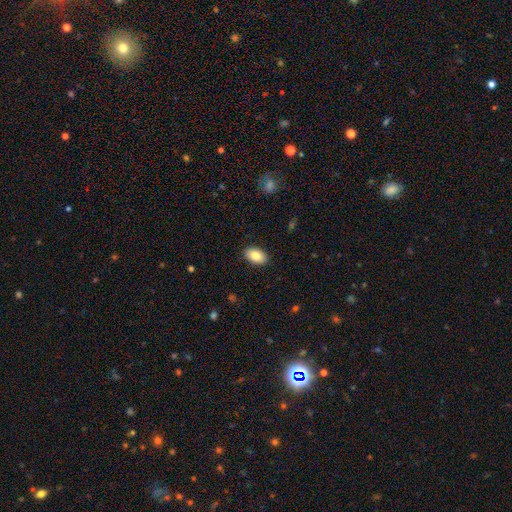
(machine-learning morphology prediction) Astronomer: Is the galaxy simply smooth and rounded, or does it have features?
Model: smooth — 84%.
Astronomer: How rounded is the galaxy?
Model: in between — 93%.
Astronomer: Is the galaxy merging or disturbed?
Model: none — 89%.